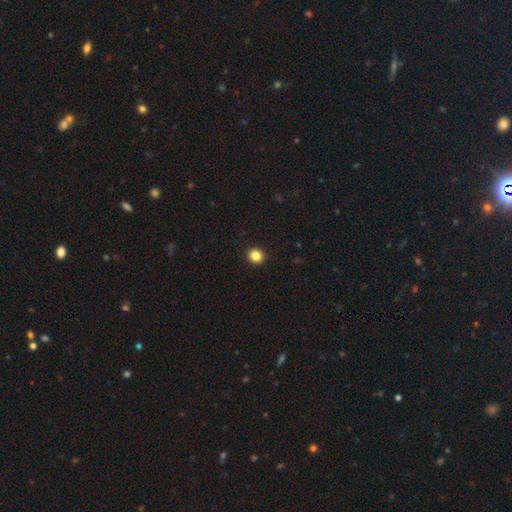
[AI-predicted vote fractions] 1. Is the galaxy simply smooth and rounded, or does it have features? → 85% smooth, 11% star or artifact, 3% featured or disk.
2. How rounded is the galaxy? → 90% round, 9% in between, 1% cigar-shaped.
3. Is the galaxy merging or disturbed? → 93% none, 4% minor disturbance, 1% major disturbance, 1% merger.